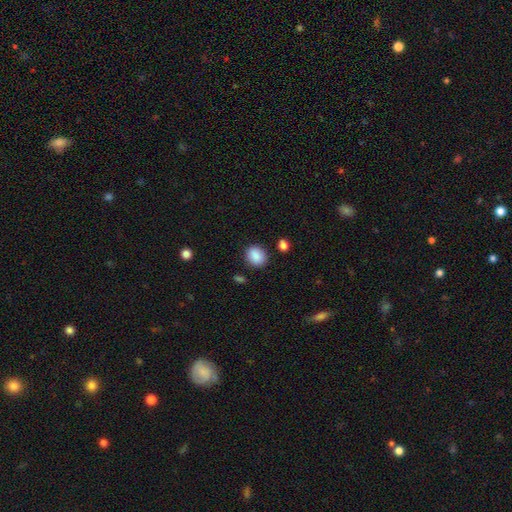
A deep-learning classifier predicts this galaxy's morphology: Smooth or featured?
  - smooth: 88% *
  - star or artifact: 8%
  - featured or disk: 4%
How rounded?
  - round: 62% *
  - in between: 37%
  - cigar-shaped: 1%
Merging?
  - none: 85% *
  - minor disturbance: 9%
  - major disturbance: 3%
  - merger: 3%